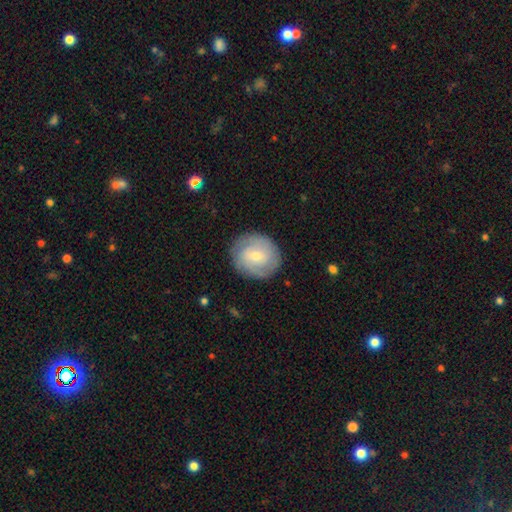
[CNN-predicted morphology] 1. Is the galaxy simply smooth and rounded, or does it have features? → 56% featured or disk, 37% smooth, 7% star or artifact.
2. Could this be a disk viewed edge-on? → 97% no, 3% yes.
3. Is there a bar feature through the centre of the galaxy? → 52% no, 40% weak, 8% strong.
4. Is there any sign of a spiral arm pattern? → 79% yes, 21% no.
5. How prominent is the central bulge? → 50% small, 47% moderate, 2% large, 1% none, 1% dominant.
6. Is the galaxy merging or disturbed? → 85% none, 11% minor disturbance, 3% major disturbance, 1% merger.